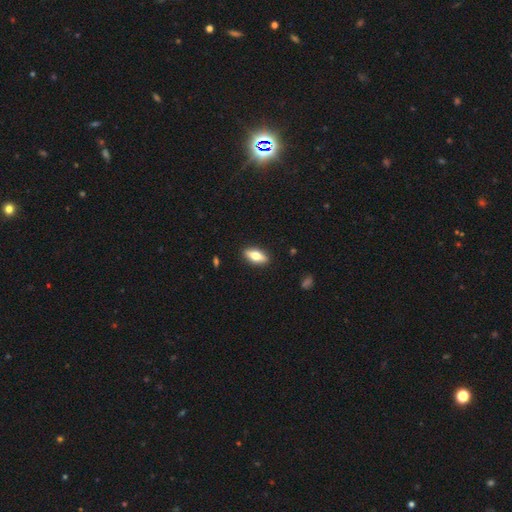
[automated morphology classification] This is possibly a smooth galaxy (58%). How rounded: likely in between (73%). Merging: clearly none (89%).